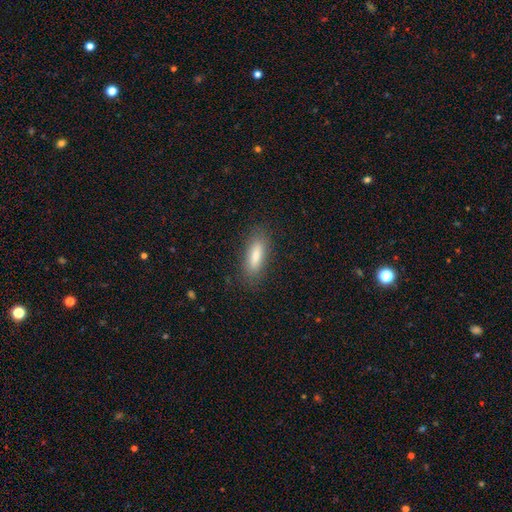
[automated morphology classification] Smooth or featured? smooth (81%)
How rounded? in between (55%)
Merging? none (84%)